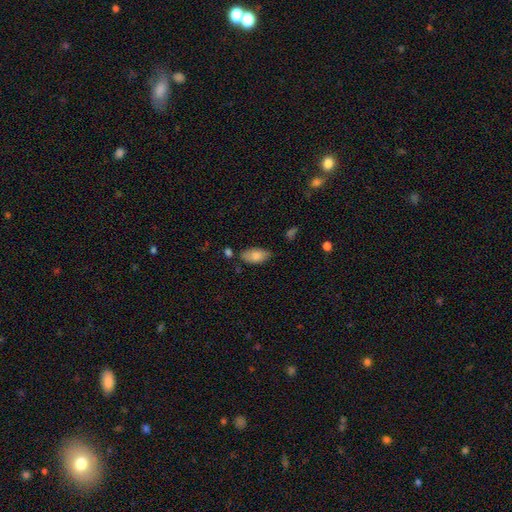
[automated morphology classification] This is likely a smooth galaxy (79%). How rounded: clearly in between (92%). Merging: likely none (74%).